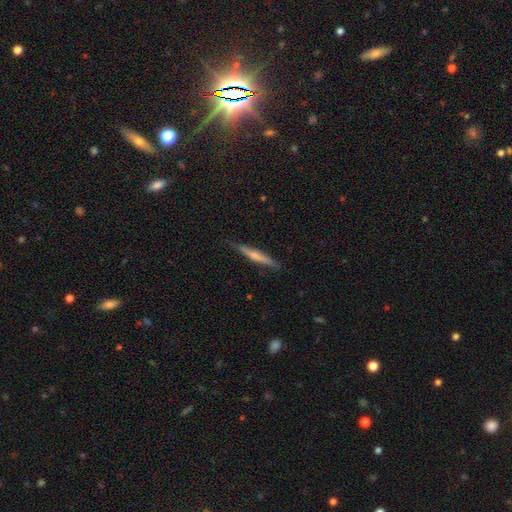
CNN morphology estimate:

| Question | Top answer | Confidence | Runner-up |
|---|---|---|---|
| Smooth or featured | smooth | 48% | featured or disk (46%) |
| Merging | none | 84% | minor disturbance (13%) |